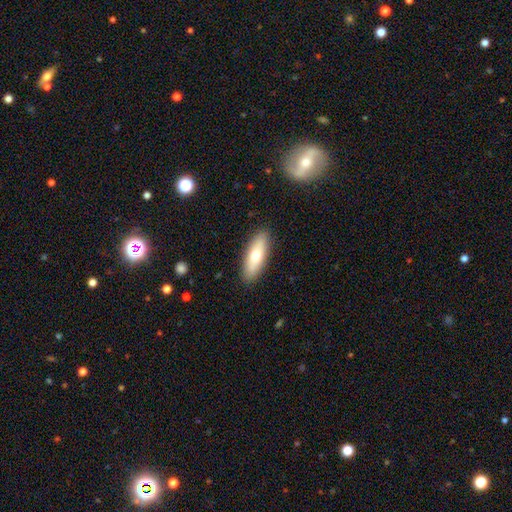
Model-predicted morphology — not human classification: Smooth or featured? smooth (68%)
How rounded? in between (56%)
Merging? none (89%)